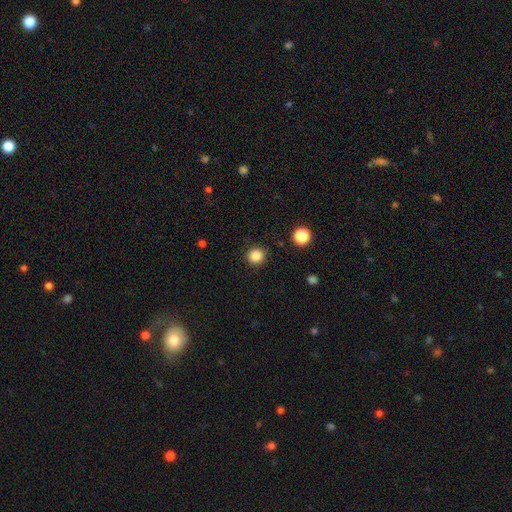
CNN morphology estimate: Overall: smooth (85%). How rounded: round (92%). Merging: none (91%).